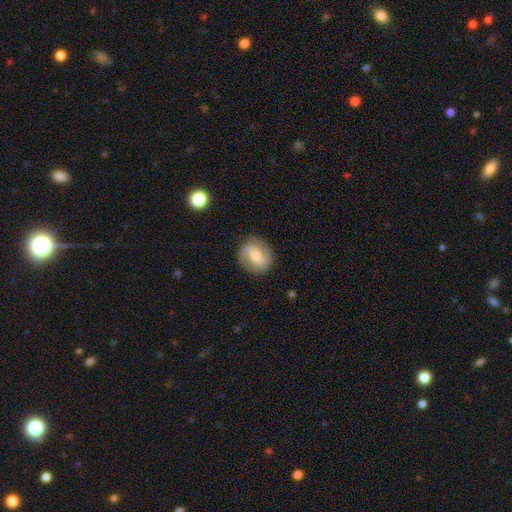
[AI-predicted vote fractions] Q: Smooth or featured?
A: featured or disk (59%); runner-up: smooth (34%)
Q: Edge-on disk?
A: no (96%); runner-up: yes (4%)
Q: Bar?
A: weak (42%); runner-up: no (32%)
Q: Spiral arms?
A: yes (82%); runner-up: no (18%)
Q: Bulge size?
A: moderate (55%); runner-up: small (40%)
Q: Merging?
A: none (85%); runner-up: minor disturbance (11%)